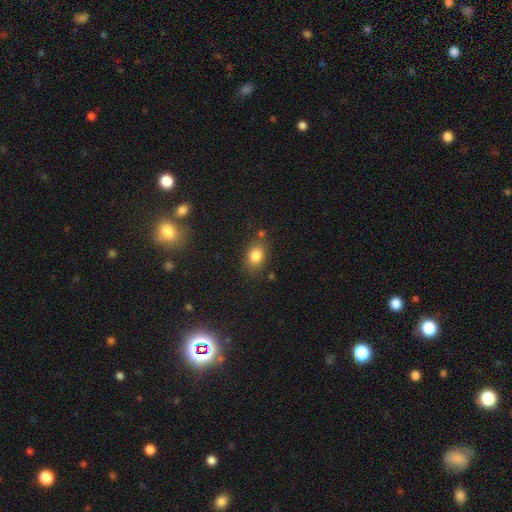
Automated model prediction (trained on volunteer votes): Morphology: type=smooth (83%); roundness=in between (65%); merging=none (74%).